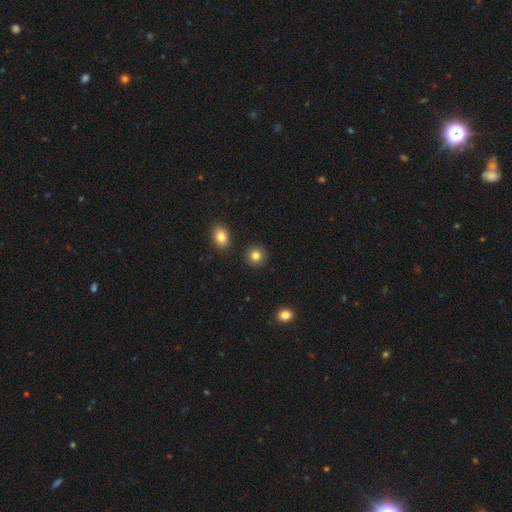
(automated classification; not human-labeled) smooth-or-featured: smooth: 83% | star or artifact: 10% | featured or disk: 7%
  how-rounded: round: 89% | in between: 10% | cigar-shaped: 1%
  merging: none: 89% | minor disturbance: 6% | merger: 2% | major disturbance: 2%